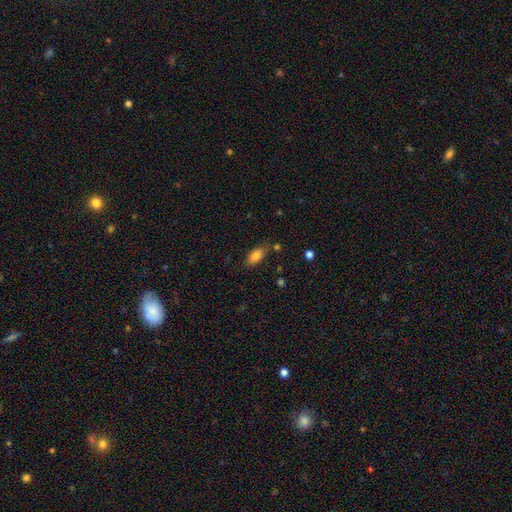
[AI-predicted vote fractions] Overall: smooth (84%). How rounded: in between (87%). Merging: none (77%).